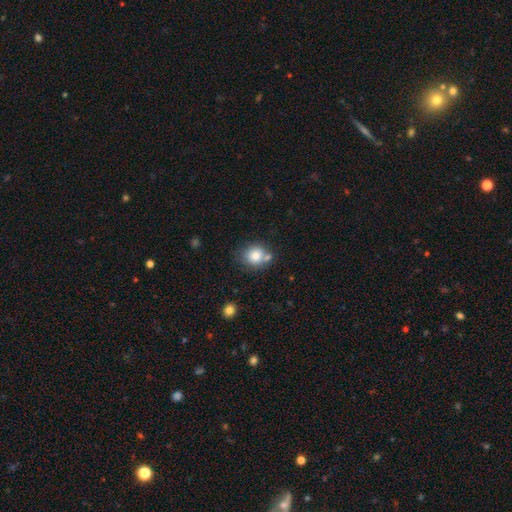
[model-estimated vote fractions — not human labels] Smooth or featured? smooth (80%)
How rounded? round (80%)
Merging? none (58%)